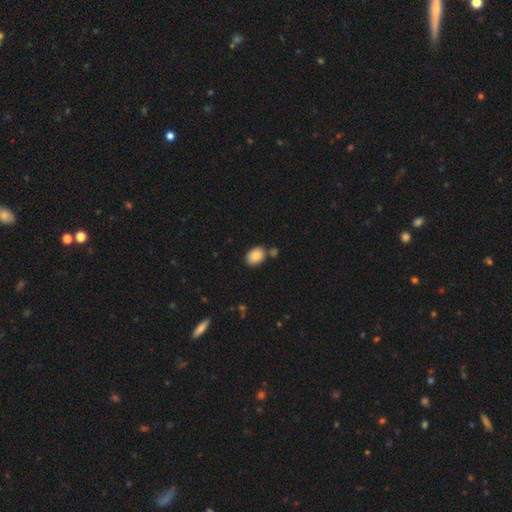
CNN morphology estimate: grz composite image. It shows a smooth galaxy with no disk features (87%) that is in between round and cigar-shaped (73%). Merging: none (74%).